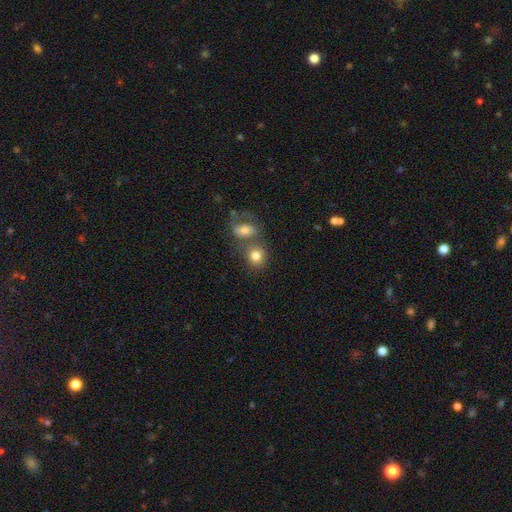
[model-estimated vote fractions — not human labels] Smooth or featured? smooth (78%)
How rounded? round (69%)
Merging? none (44%)